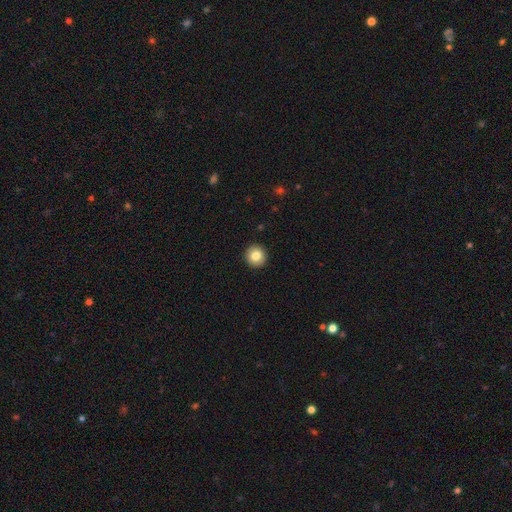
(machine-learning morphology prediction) Smooth or featured: smooth — 81% (featured or disk — 10%)
How rounded: round — 95% (in between — 4%)
Merging: none — 94% (minor disturbance — 4%)